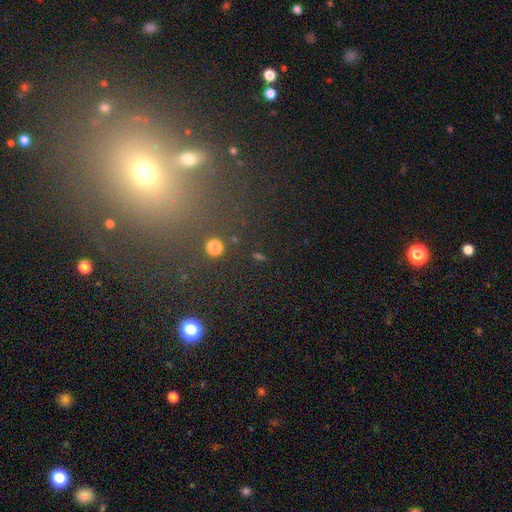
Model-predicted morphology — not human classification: A star or artifact, not a galaxy (50%).